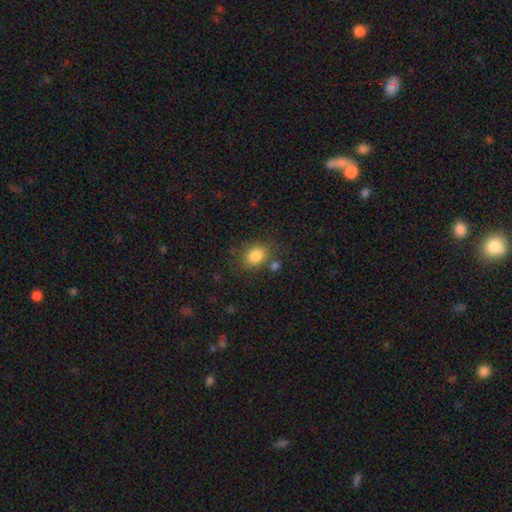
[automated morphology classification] Smooth or featured? Predicted: smooth (p=0.83). How rounded? Predicted: in between (p=0.52). Merging? Predicted: none (p=0.71).